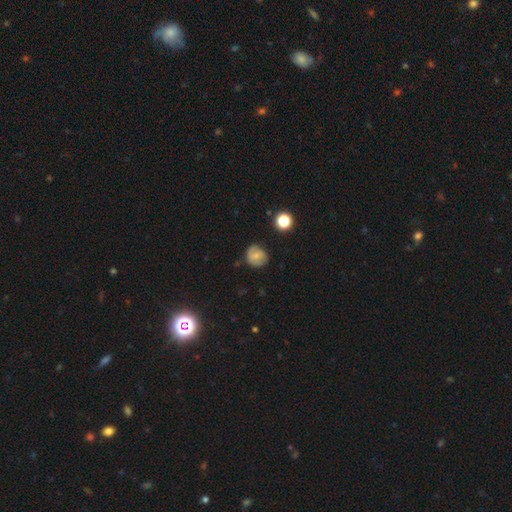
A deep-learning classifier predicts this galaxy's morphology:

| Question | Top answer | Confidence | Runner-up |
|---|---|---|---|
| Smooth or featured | smooth | 50% | featured or disk (40%) |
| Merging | none | 69% | minor disturbance (23%) |